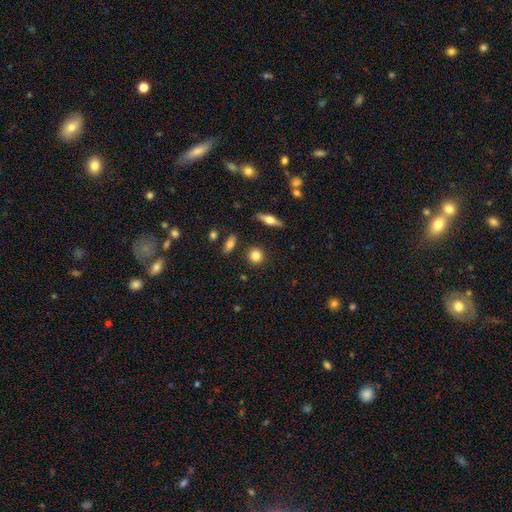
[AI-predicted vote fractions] Smooth or featured? smooth (82%)
How rounded? round (86%)
Merging? none (87%)